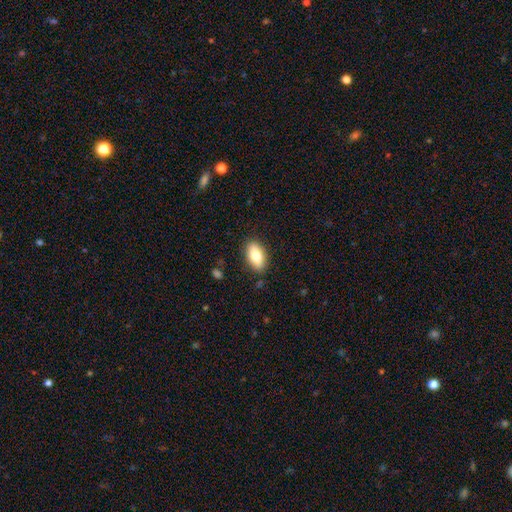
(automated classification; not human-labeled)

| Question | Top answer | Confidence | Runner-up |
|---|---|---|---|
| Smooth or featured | smooth | 81% | featured or disk (12%) |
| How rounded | in between | 90% | cigar-shaped (6%) |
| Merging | none | 86% | minor disturbance (10%) |